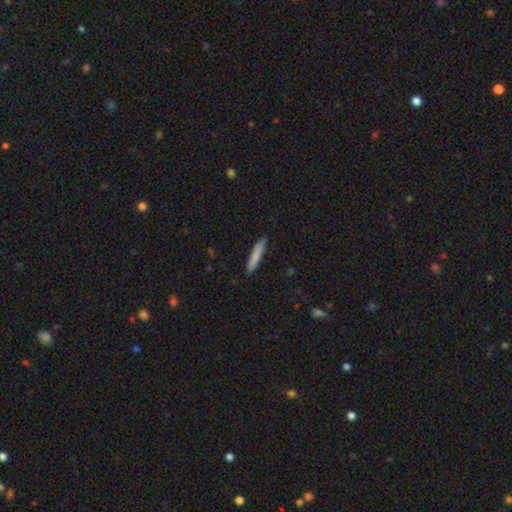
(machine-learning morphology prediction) Smooth or featured: smooth — 80% (featured or disk — 14%)
How rounded: cigar-shaped — 91% (in between — 7%)
Merging: none — 88% (minor disturbance — 10%)